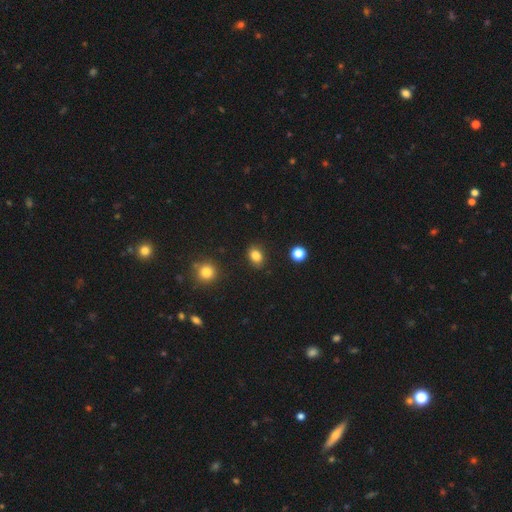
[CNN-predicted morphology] Overall: smooth (85%). How rounded: in between (68%; round 31%). Merging: none (87%).